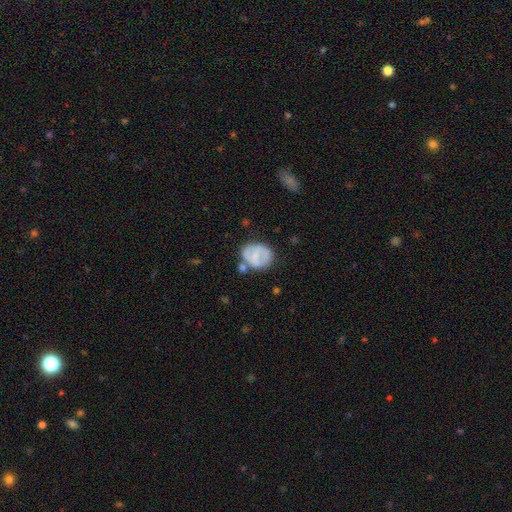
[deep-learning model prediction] smooth-or-featured: smooth: 51% | featured or disk: 42% | star or artifact: 7%
  how-rounded: round: 56% | in between: 43% | cigar-shaped: 1%
  merging: none: 54% | minor disturbance: 23% | merger: 15% | major disturbance: 9%